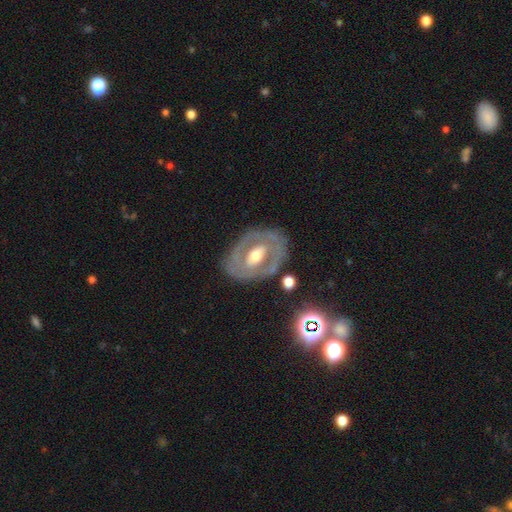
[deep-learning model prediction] A featured or disk galaxy (72%) with no bar (38%), no spiral arms (61%) and a moderate central bulge (69%).

Vote fractions:
- Smooth or featured? featured or disk: 72% / smooth: 23% / star or artifact: 5%
- Edge-on disk? no: 94% / yes: 6%
- Bar? no: 38% / weak: 34% / strong: 28%
- Spiral arms? no: 61% / yes: 39%
- Bulge size? moderate: 69% / small: 16% / large: 13% / dominant: 1% / none: 1%
- Merging? none: 72% / minor disturbance: 16% / major disturbance: 8% / merger: 3%